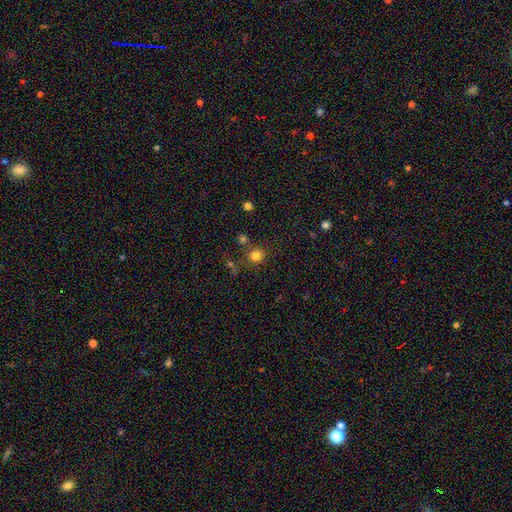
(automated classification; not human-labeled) Smooth or featured? smooth (79%)
How rounded? round (87%)
Merging? none (78%)